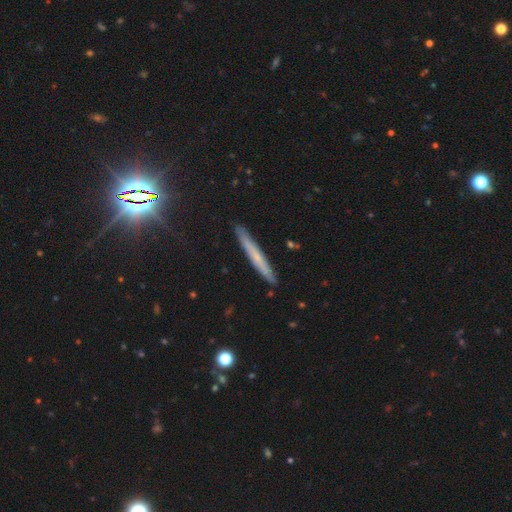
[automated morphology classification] smooth-or-featured: smooth: 51% | featured or disk: 40% | star or artifact: 10%
  how-rounded: cigar-shaped: 96% | in between: 2% | round: 2%
  merging: none: 89% | minor disturbance: 8% | major disturbance: 1% | merger: 1%